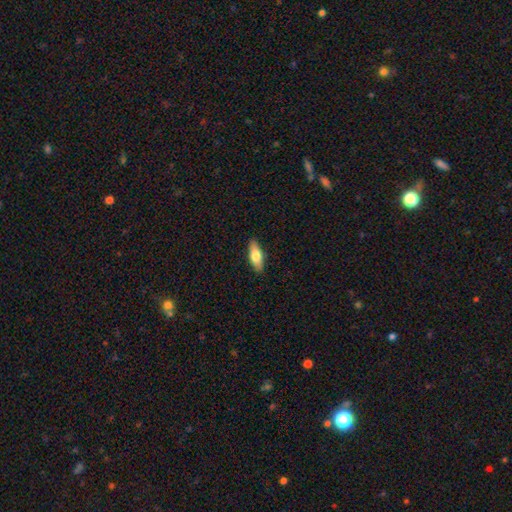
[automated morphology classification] A smooth galaxy with no disk features (71%) that is in between round and cigar-shaped (71%).

Vote fractions:
- Smooth or featured? smooth: 71% / featured or disk: 23% / star or artifact: 6%
- How rounded? in between: 71% / cigar-shaped: 27% / round: 3%
- Merging? none: 89% / minor disturbance: 8% / major disturbance: 2% / merger: 1%